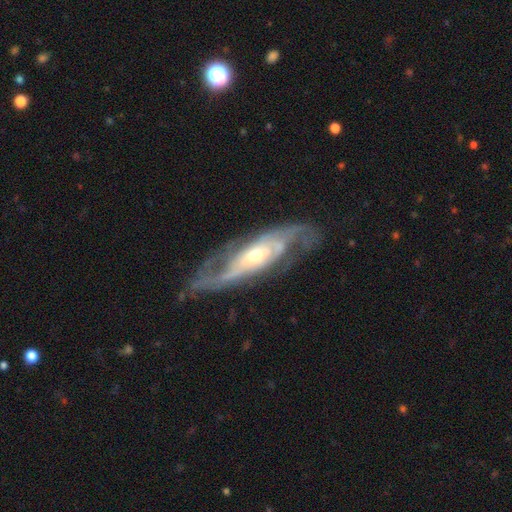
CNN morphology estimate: smooth-or-featured: featured or disk: 87% | smooth: 7% | star or artifact: 5%
  disk-edge-on: no: 88% | yes: 12%
    bar: no: 52% | weak: 28% | strong: 19%
    has-spiral-arms: yes: 94% | no: 6%
      spiral-winding: medium: 46% | tight: 29% | loose: 24%
      spiral-arm-count: 2: 82% | can't tell: 9% | 3: 4% | 1: 2% | 4: 2% | more than 4: 2%
    bulge-size: moderate: 50% | small: 43% | large: 5% | dominant: 1% | none: 1%
  merging: none: 75% | minor disturbance: 15% | major disturbance: 8% | merger: 2%